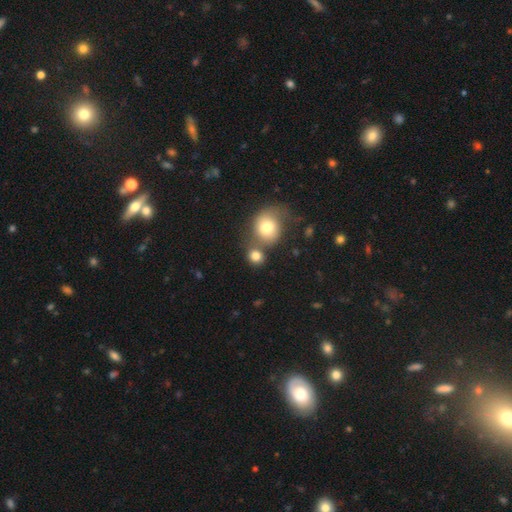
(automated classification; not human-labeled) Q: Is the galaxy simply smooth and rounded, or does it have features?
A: smooth — 81%.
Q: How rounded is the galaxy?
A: round — 78%.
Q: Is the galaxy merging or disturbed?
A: none — 48%.